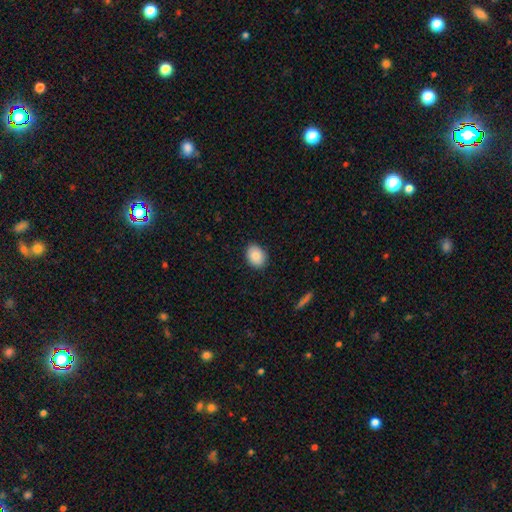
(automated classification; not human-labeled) Morphology: type=smooth (87%); roundness=in between (65%); merging=none (89%).